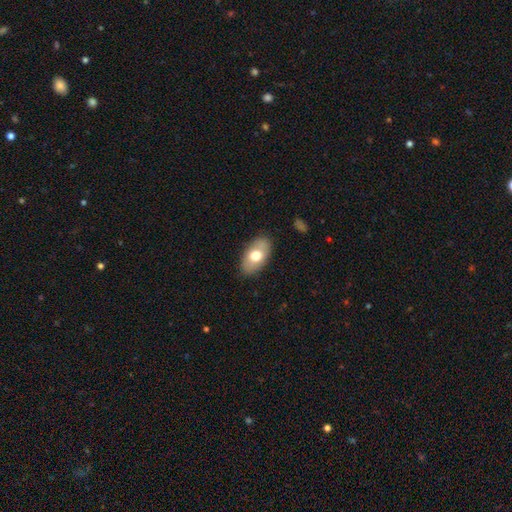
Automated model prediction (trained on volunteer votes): smooth_or_featured: smooth (p=0.68) [alt: featured or disk p=0.26]
how_rounded: in between (p=0.93) [alt: round p=0.06]
merging: none (p=0.86) [alt: minor disturbance p=0.11]